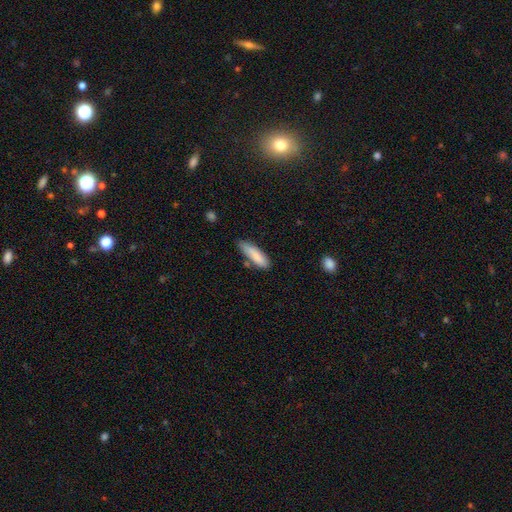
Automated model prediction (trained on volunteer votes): Smooth or featured?
  - smooth: 85% *
  - featured or disk: 9%
  - star or artifact: 6%
How rounded?
  - cigar-shaped: 59% *
  - in between: 40%
  - round: 1%
Merging?
  - none: 69% *
  - minor disturbance: 21%
  - merger: 6%
  - major disturbance: 4%